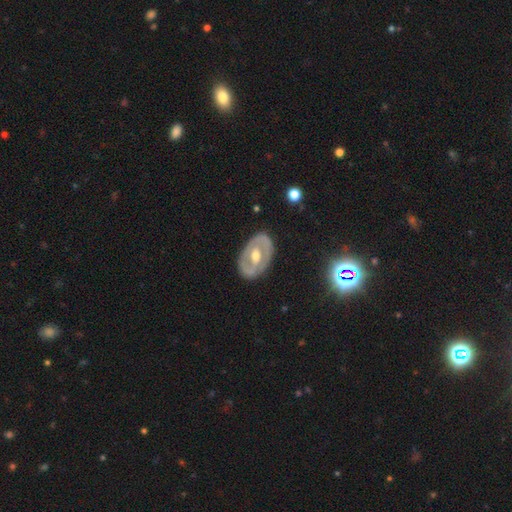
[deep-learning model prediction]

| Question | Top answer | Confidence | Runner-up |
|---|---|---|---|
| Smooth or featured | featured or disk | 72% | smooth (23%) |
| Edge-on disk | no | 92% | yes (8%) |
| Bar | no | 41% | weak (34%) |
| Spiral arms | no | 68% | yes (32%) |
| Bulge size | moderate | 75% | small (15%) |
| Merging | none | 81% | minor disturbance (13%) |